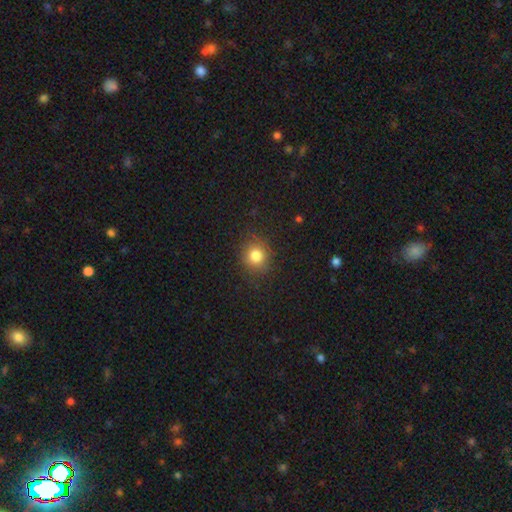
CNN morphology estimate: type=smooth (81%); roundness=round (85%); merging=none (86%).